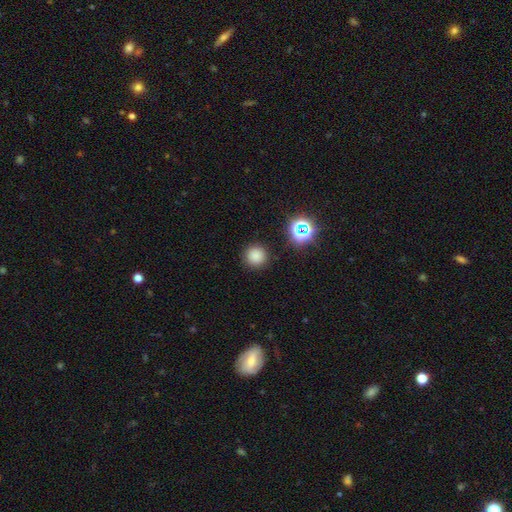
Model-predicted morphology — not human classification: type=smooth (79%); roundness=round (95%); merging=none (90%).